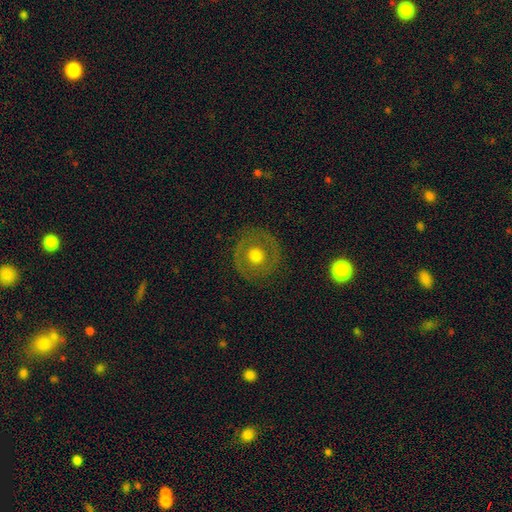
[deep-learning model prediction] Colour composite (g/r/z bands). It shows a smooth galaxy with no disk features (48%). Merging: none (84%).